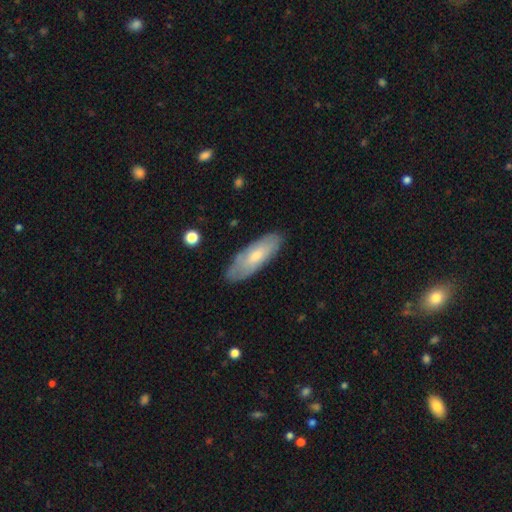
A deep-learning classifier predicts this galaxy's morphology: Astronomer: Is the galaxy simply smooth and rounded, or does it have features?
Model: smooth — 58% (runner-up: featured or disk, 36%).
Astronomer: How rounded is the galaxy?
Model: in between — 67%.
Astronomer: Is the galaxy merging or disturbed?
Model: none — 79%.